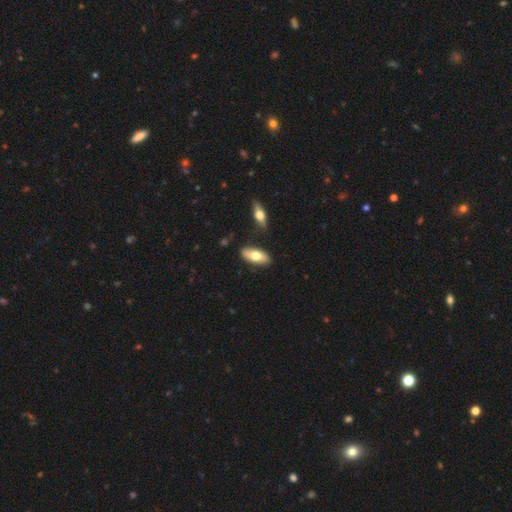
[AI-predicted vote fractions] smooth 70%, featured or disk 24%, star or artifact 6%. Down the decision tree: how rounded — in between (83%); merging — none (83%).